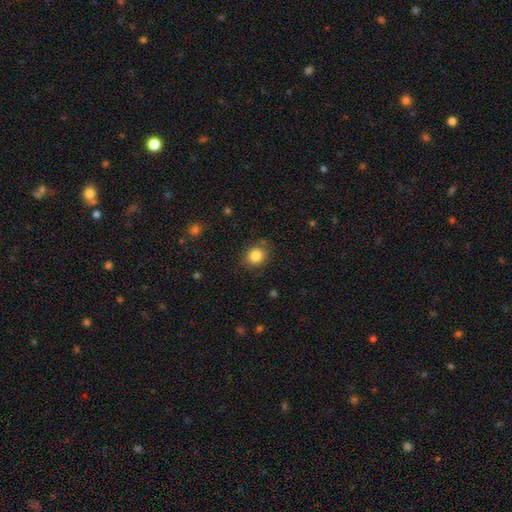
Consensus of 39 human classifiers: This is clearly a smooth galaxy (87%). How rounded: clearly round (88%). Merging: clearly none (83%).